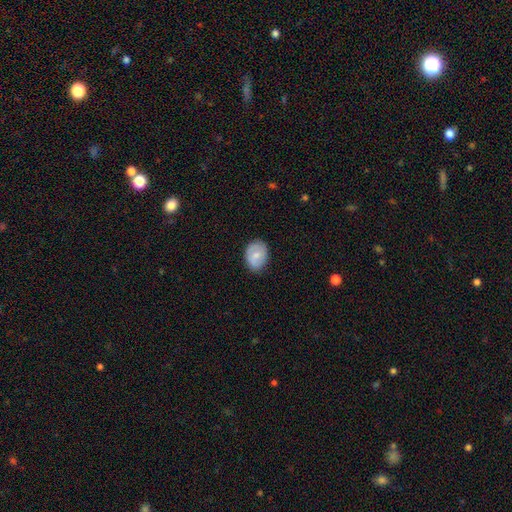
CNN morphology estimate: The model was most divided on "how rounded": in between: 66%, round: 33%, cigar-shaped: 1%. More confident: merging — none (81%); smooth or featured — smooth (69%).